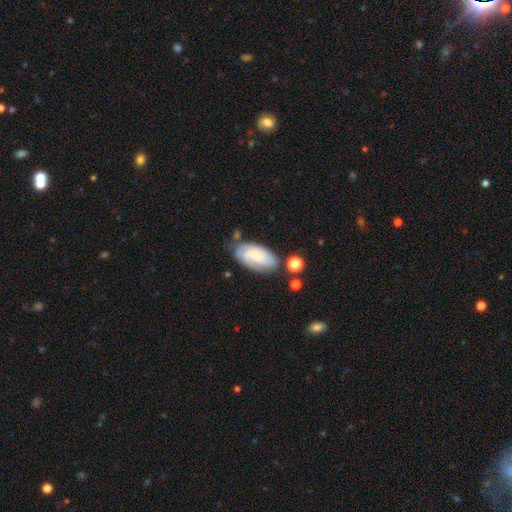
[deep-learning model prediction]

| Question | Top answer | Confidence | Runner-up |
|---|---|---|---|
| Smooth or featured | featured or disk | 47% | smooth (46%) |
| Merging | none | 65% | minor disturbance (22%) |